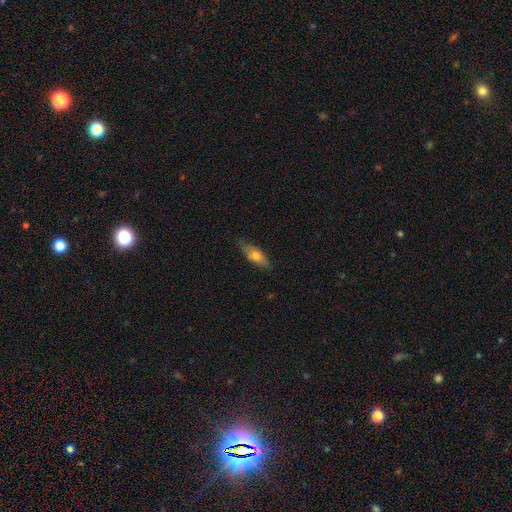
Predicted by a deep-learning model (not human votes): The model was most divided on "smooth or featured": smooth: 65%, featured or disk: 29%, star or artifact: 6%. More confident: merging — none (75%); how rounded — in between (67%).